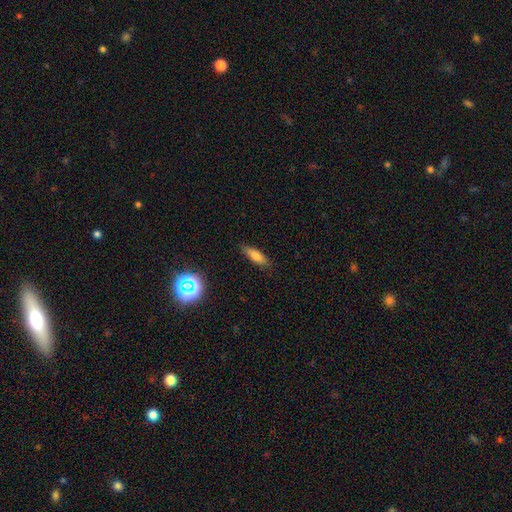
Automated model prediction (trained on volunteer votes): Smooth or featured: smooth — 71% (featured or disk — 18%)
How rounded: cigar-shaped — 54% (in between — 43%)
Merging: none — 85% (minor disturbance — 12%)